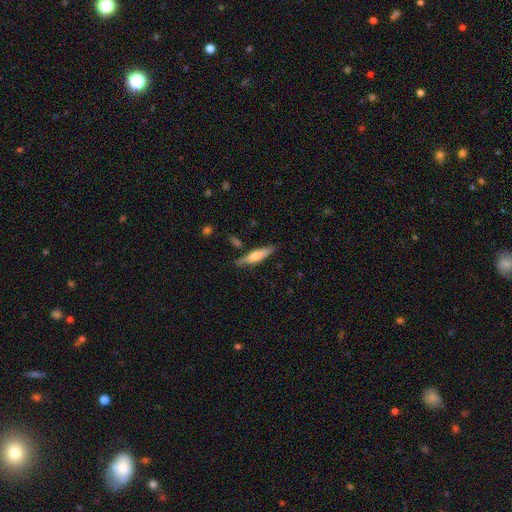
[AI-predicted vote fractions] Smooth or featured: smooth — 48% (featured or disk — 46%)
Merging: none — 84% (minor disturbance — 11%)